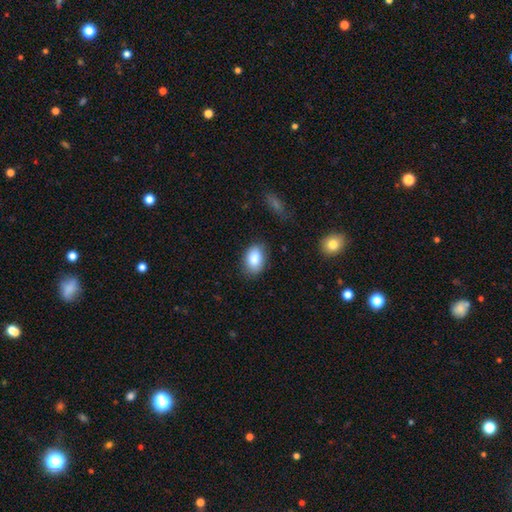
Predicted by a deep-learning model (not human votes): A smooth galaxy with no disk features (85%) that is in between round and cigar-shaped (84%). Merging: none (76%).